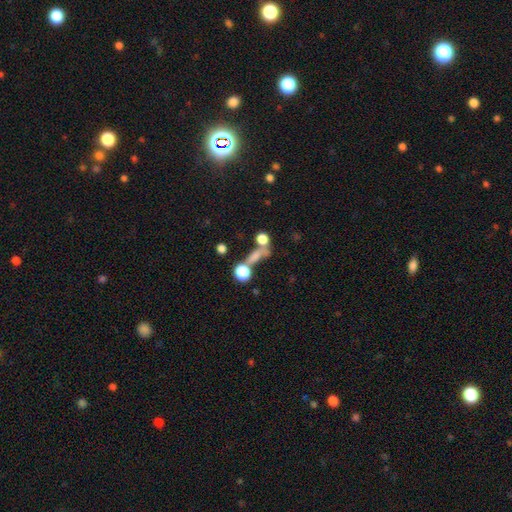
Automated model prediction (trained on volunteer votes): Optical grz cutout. It shows a smooth galaxy with no disk features (64%) that is round (41%). Merging: merger (41%).